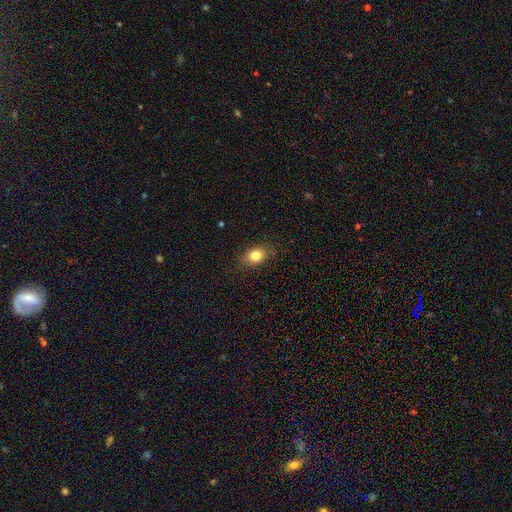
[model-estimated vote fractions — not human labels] A smooth galaxy with no disk features (81%) that is in between round and cigar-shaped (58%).

Vote fractions:
- Smooth or featured? smooth: 81% / star or artifact: 11% / featured or disk: 8%
- How rounded? in between: 58% / round: 40% / cigar-shaped: 2%
- Merging? none: 83% / minor disturbance: 12% / major disturbance: 3% / merger: 1%